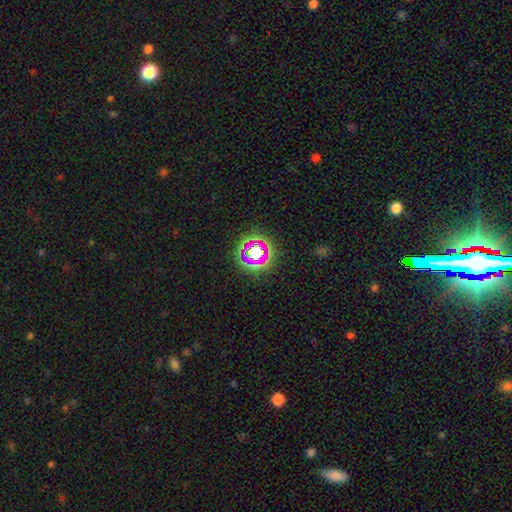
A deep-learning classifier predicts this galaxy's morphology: The model was most divided on "smooth or featured": star or artifact: 57%, smooth: 28%, featured or disk: 15%.